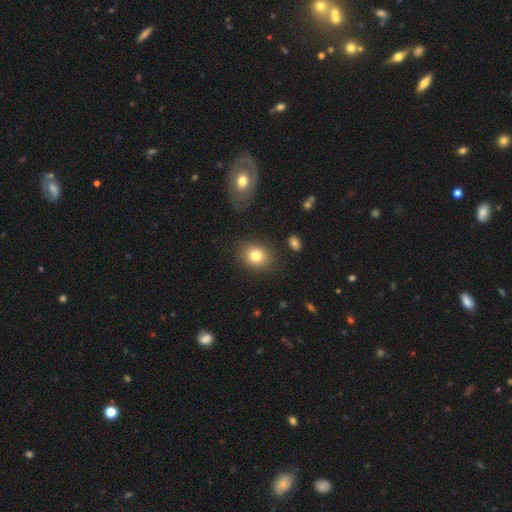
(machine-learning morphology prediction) The model was most divided on "how rounded": in between: 51%, round: 48%, cigar-shaped: 1%. More confident: merging — none (84%); smooth or featured — smooth (80%).